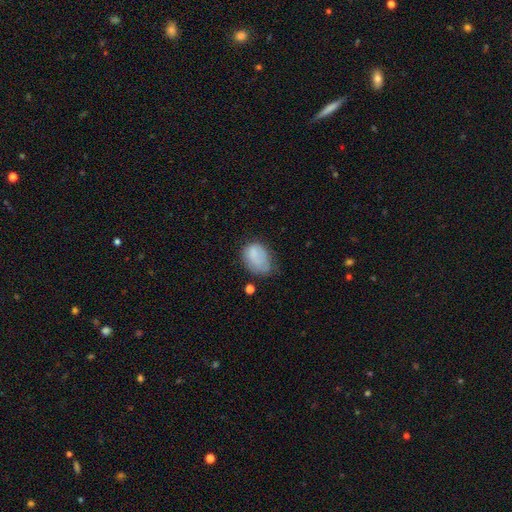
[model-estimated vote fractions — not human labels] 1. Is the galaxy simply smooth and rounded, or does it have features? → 77% smooth, 15% featured or disk, 8% star or artifact.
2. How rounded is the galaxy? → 72% in between, 27% round, 1% cigar-shaped.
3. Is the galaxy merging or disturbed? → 39% minor disturbance, 37% none, 20% major disturbance, 4% merger.